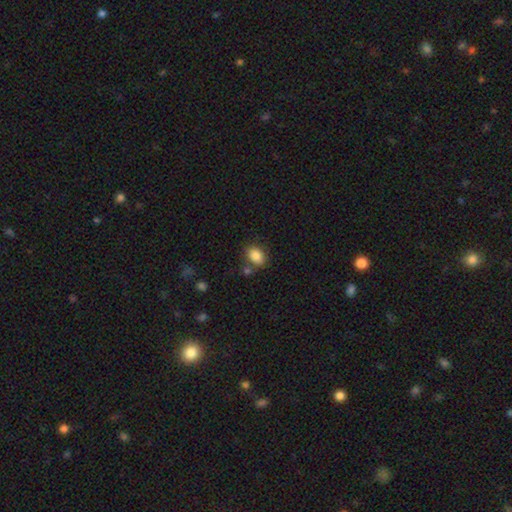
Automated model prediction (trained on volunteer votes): This appears to be a smooth galaxy with no disk features (85%) that is in between round and cigar-shaped (72%). Merging: none (70%).